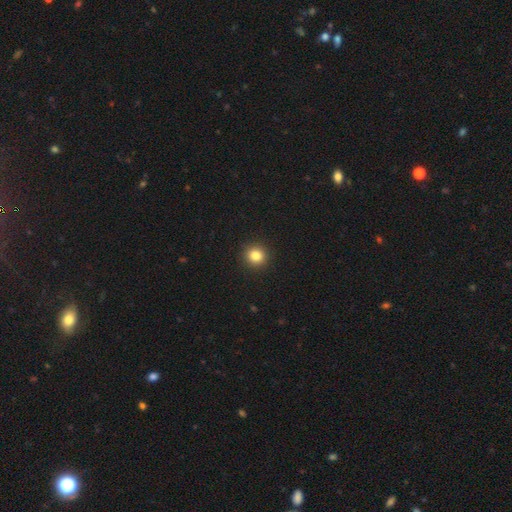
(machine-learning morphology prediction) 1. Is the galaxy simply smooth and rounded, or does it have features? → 84% smooth, 11% star or artifact, 5% featured or disk.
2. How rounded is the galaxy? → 92% round, 7% in between, 1% cigar-shaped.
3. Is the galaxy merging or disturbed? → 93% none, 5% minor disturbance, 2% major disturbance, 1% merger.